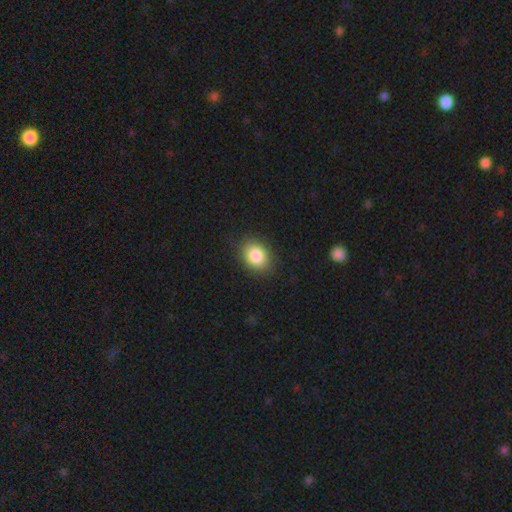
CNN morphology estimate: Smooth or featured: smooth — 86% (star or artifact — 9%)
How rounded: in between — 58% (round — 41%)
Merging: none — 86% (minor disturbance — 10%)